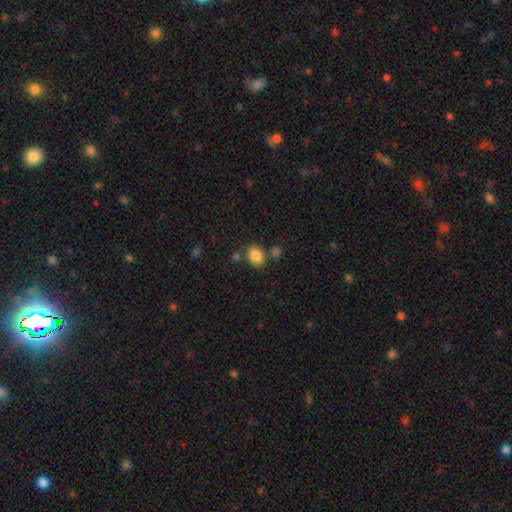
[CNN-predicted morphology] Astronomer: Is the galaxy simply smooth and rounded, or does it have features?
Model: smooth — 85%.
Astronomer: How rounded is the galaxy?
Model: round — 55% (runner-up: in between, 44%).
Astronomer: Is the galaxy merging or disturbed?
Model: none — 68%.